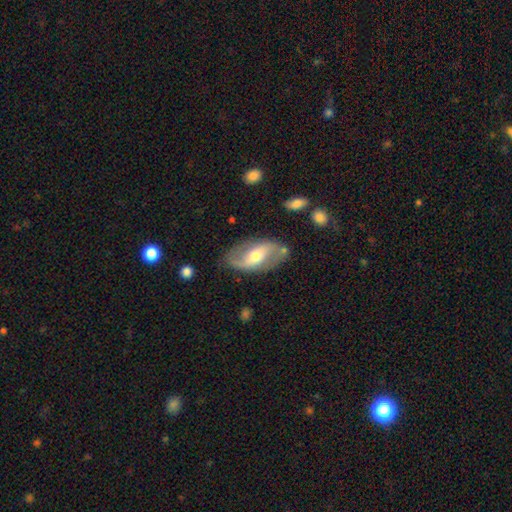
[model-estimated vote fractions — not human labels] Smooth or featured: featured or disk — 74% (smooth — 21%)
Edge-on disk: no — 94% (yes — 6%)
Bar: weak — 40% (no — 31%)
Spiral arms: yes — 82% (no — 18%)
Spiral winding: loose — 56% (medium — 33%)
Spiral arm count: 2 — 89% (can't tell — 5%)
Bulge size: moderate — 68% (small — 22%)
Merging: none — 77% (minor disturbance — 15%)